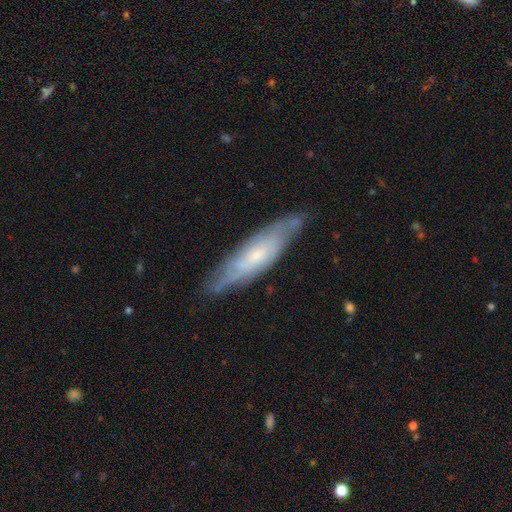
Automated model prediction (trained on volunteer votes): smooth-or-featured: featured or disk: 63% | smooth: 31% | star or artifact: 6%
  disk-edge-on: no: 58% | yes: 42%
  merging: none: 76% | minor disturbance: 19% | major disturbance: 4% | merger: 1%